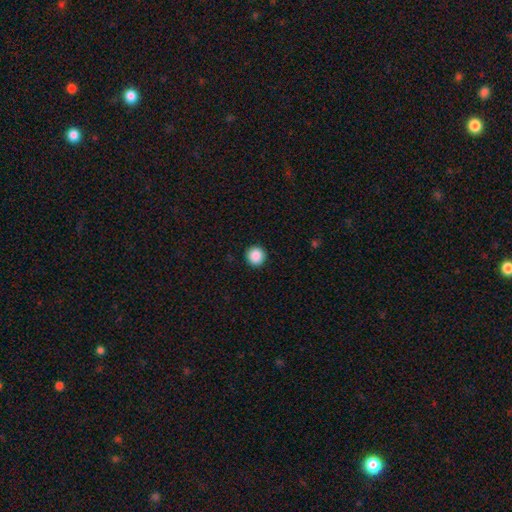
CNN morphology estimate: Smooth or featured? smooth (88%)
How rounded? round (95%)
Merging? none (93%)